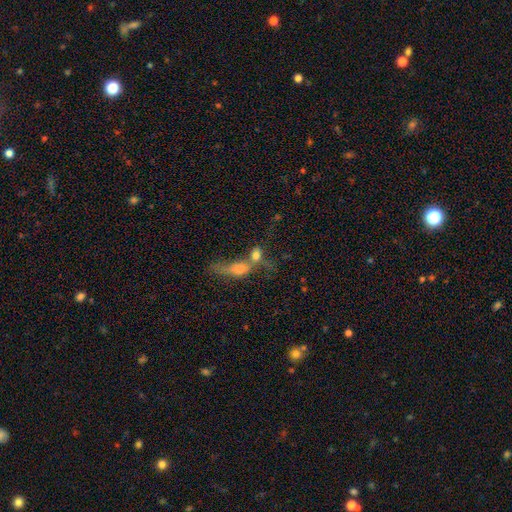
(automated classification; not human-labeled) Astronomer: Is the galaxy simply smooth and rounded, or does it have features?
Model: smooth — 61%.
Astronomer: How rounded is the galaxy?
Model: in between — 58%.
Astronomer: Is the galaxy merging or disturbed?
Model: merger — 63%.